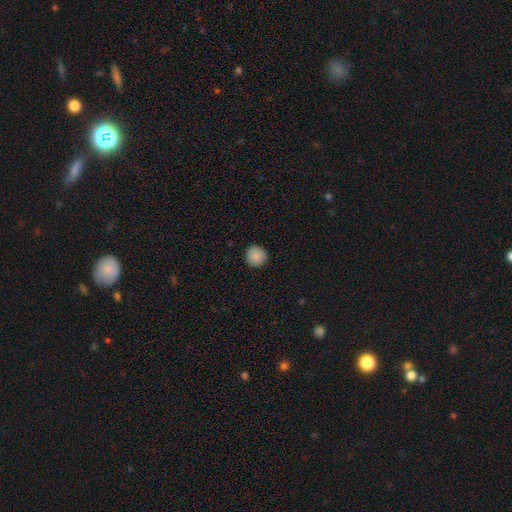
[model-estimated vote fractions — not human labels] Smooth or featured? smooth (88%)
How rounded? round (94%)
Merging? none (91%)